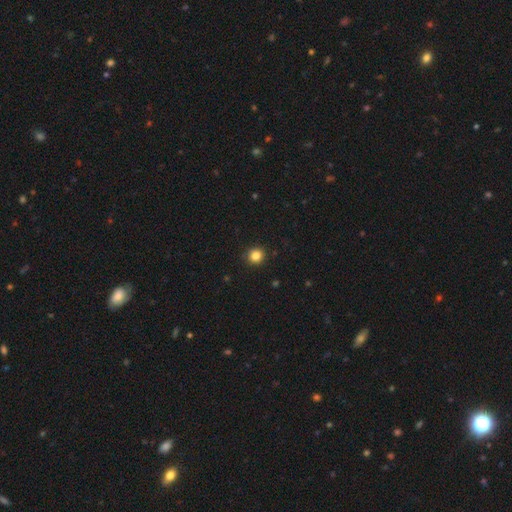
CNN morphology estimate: Smooth or featured? Predicted: smooth (p=0.84). How rounded? Predicted: round (p=0.93). Merging? Predicted: none (p=0.92).